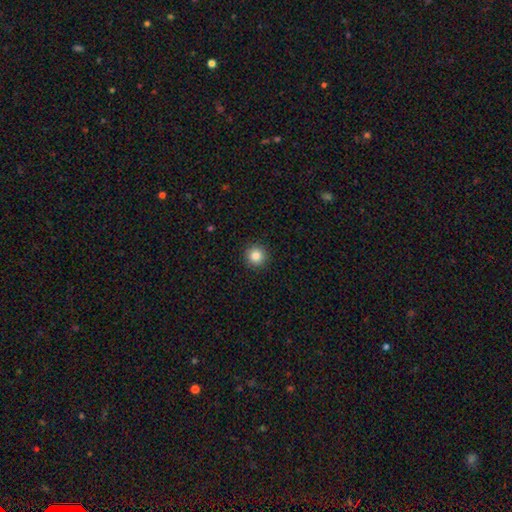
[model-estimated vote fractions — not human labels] smooth_or_featured: smooth (p=0.85) [alt: star or artifact p=0.11]
how_rounded: round (p=0.95) [alt: in between p=0.04]
merging: none (p=0.93) [alt: minor disturbance p=0.05]